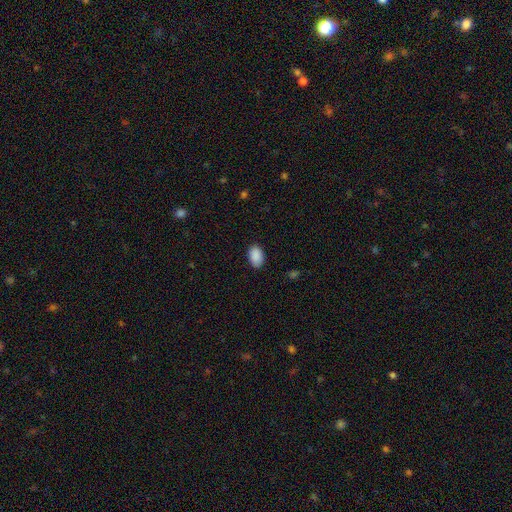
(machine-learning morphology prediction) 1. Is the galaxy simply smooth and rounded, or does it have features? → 90% smooth, 7% star or artifact, 3% featured or disk.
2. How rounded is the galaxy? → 89% in between, 10% round, 1% cigar-shaped.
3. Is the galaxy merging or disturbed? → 86% none, 11% minor disturbance, 2% major disturbance, 1% merger.